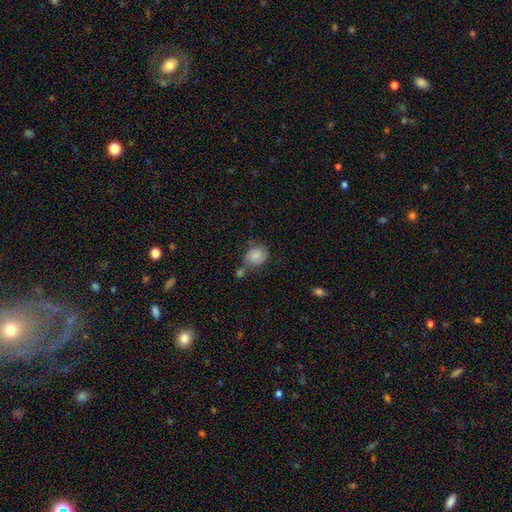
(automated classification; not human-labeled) smooth 74%, featured or disk 18%, star or artifact 8%. Down the decision tree: how rounded — round (60%); merging — none (44%).